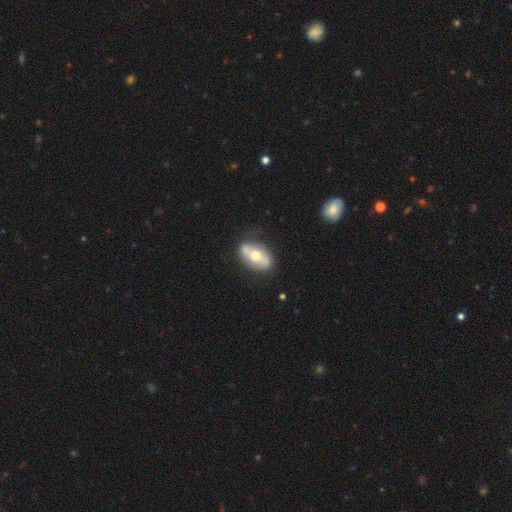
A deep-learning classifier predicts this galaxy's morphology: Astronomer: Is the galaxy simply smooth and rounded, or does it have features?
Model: featured or disk — 55% (runner-up: smooth, 39%).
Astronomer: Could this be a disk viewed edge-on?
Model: no — 88%.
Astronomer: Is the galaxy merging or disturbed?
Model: none — 73%.